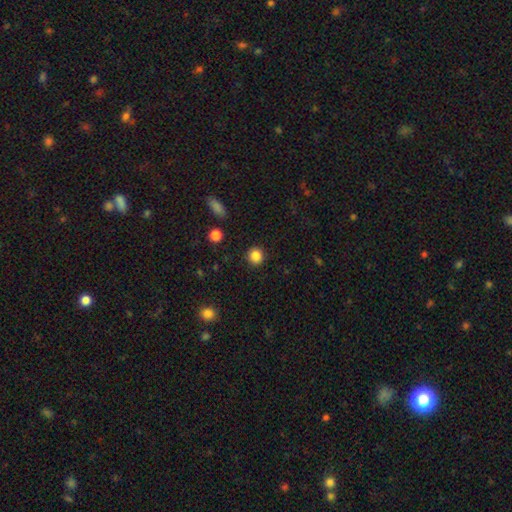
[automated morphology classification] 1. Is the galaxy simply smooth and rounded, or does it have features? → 86% smooth, 10% star or artifact, 4% featured or disk.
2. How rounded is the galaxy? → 92% round, 8% in between, 1% cigar-shaped.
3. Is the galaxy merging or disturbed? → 90% none, 6% minor disturbance, 2% major disturbance, 1% merger.